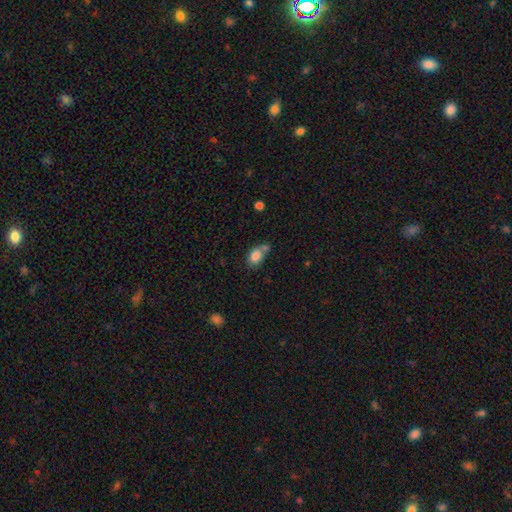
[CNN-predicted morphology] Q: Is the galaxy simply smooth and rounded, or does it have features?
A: smooth — 82%.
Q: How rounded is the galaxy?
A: in between — 69%.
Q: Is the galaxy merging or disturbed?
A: none — 41%.